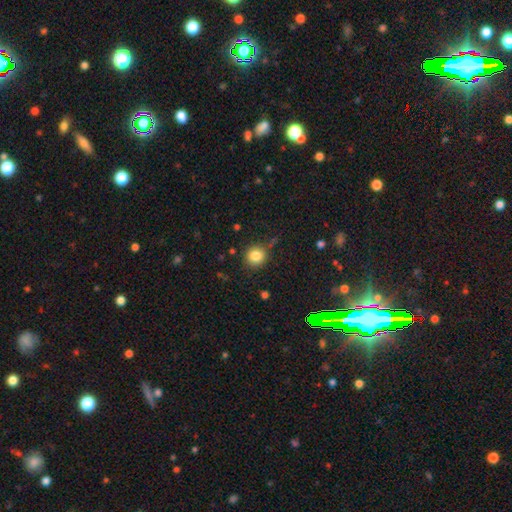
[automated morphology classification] The model was most divided on "merging": none: 80%, minor disturbance: 13%, major disturbance: 4%, merger: 3%. More confident: how rounded — round (91%); smooth or featured — smooth (83%).